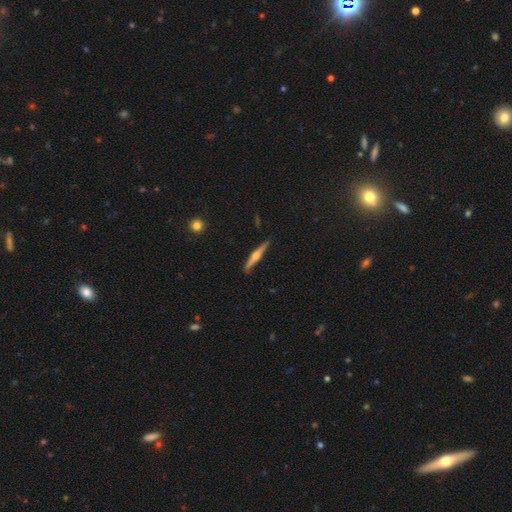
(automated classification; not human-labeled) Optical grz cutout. It shows a featured or disk galaxy (70%) viewed edge-on (98%) with a rounded central bulge (91%). Merging: none (88%).